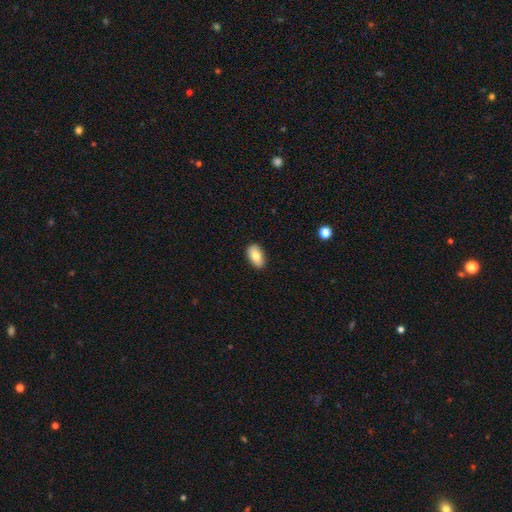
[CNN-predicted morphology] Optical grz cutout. It shows a smooth galaxy with no disk features (80%) that is in between round and cigar-shaped (92%). Merging: none (88%).